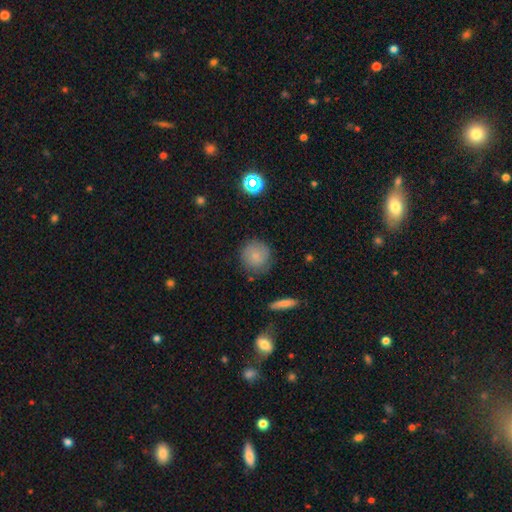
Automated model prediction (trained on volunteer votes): The model was most divided on "smooth or featured": smooth: 77%, featured or disk: 13%, star or artifact: 10%. More confident: how rounded — round (92%); merging — none (82%).